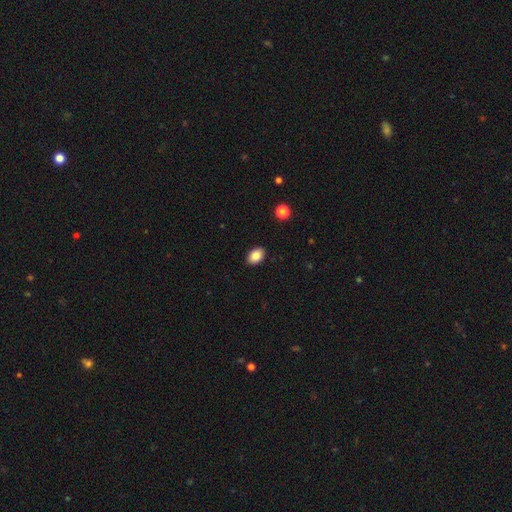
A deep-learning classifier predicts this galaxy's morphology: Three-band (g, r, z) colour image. It shows a smooth galaxy with no disk features (85%) that is in between round and cigar-shaped (81%). Merging: none (90%).